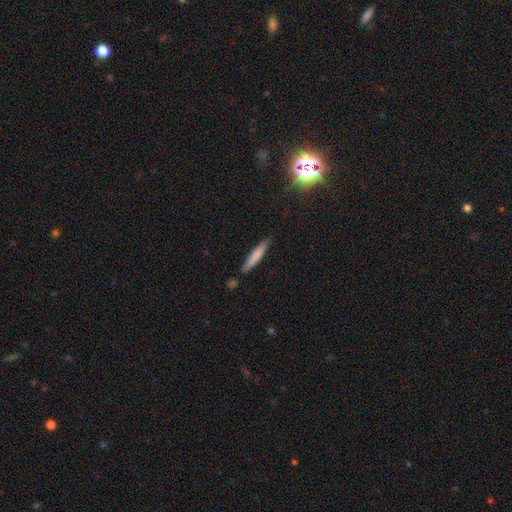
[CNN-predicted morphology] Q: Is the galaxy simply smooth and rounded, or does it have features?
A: smooth — 75%.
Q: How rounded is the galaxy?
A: cigar-shaped — 92%.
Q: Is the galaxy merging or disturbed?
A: none — 81%.